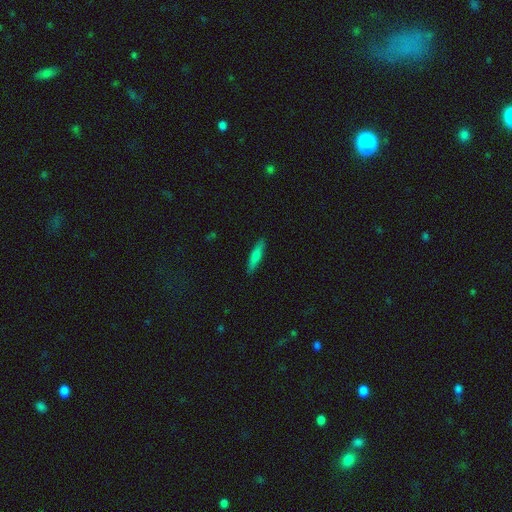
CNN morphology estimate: smooth_or_featured: smooth (p=0.72) [alt: featured or disk p=0.22]
how_rounded: cigar-shaped (p=0.86) [alt: in between p=0.13]
merging: none (p=0.90) [alt: minor disturbance p=0.08]